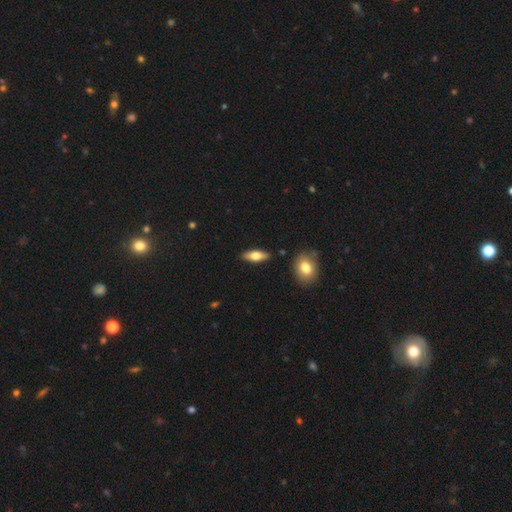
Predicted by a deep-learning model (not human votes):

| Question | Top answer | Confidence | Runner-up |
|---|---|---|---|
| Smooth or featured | smooth | 60% | featured or disk (34%) |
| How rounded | in between | 64% | cigar-shaped (32%) |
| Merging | none | 88% | minor disturbance (8%) |